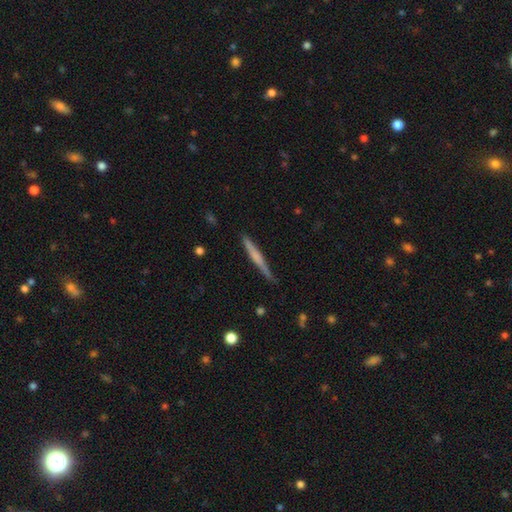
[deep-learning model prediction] The model was most divided on "smooth or featured": featured or disk: 51%, smooth: 43%, star or artifact: 6%. More confident: edge-on disk — yes (97%); merging — none (85%).